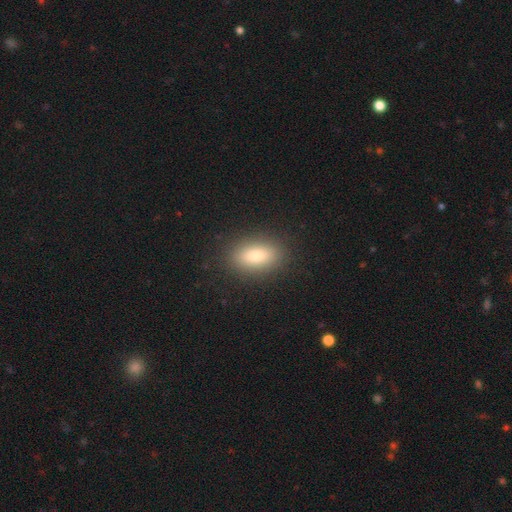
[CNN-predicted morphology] The model was most divided on "smooth or featured": smooth: 83%, star or artifact: 9%, featured or disk: 8%. More confident: merging — none (87%); how rounded — in between (86%).